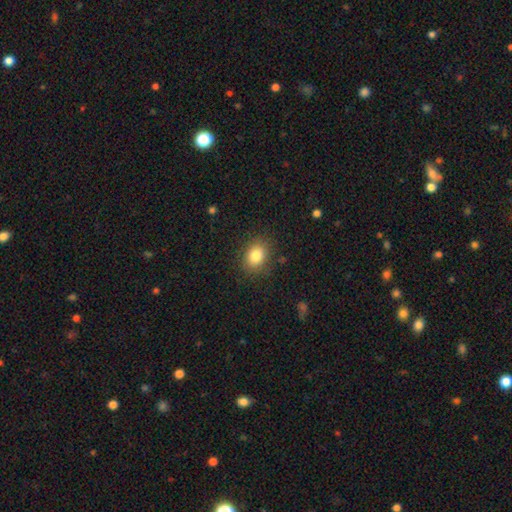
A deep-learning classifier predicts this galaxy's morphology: Smooth or featured? Predicted: smooth (p=0.83). How rounded? Predicted: in between (p=0.55). Merging? Predicted: none (p=0.86).